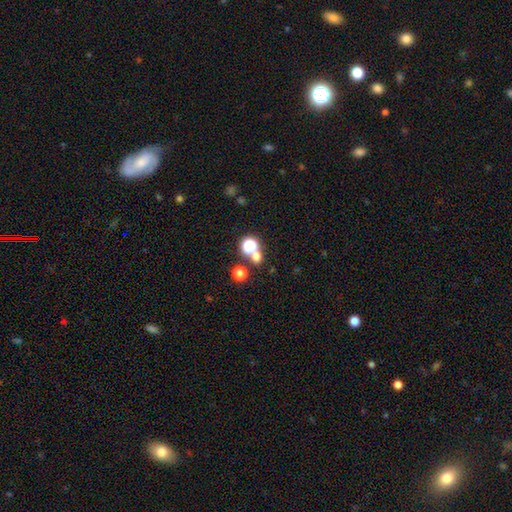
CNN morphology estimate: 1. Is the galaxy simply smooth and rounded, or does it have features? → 59% smooth, 32% star or artifact, 9% featured or disk.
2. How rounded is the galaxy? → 82% round, 17% in between, 1% cigar-shaped.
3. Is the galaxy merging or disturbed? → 60% none, 29% merger, 7% minor disturbance, 4% major disturbance.